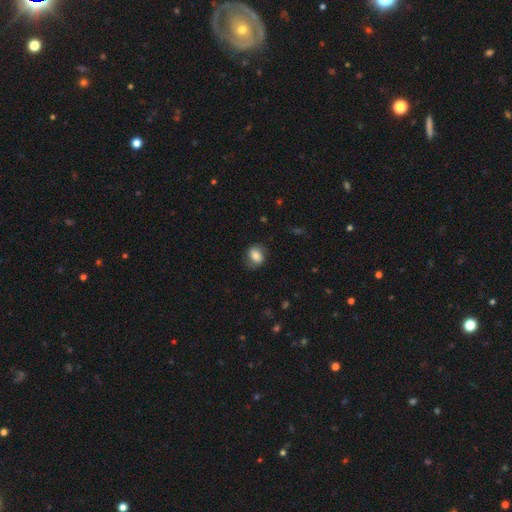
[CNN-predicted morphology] Smooth or featured? smooth (71%)
How rounded? in between (57%)
Merging? none (71%)